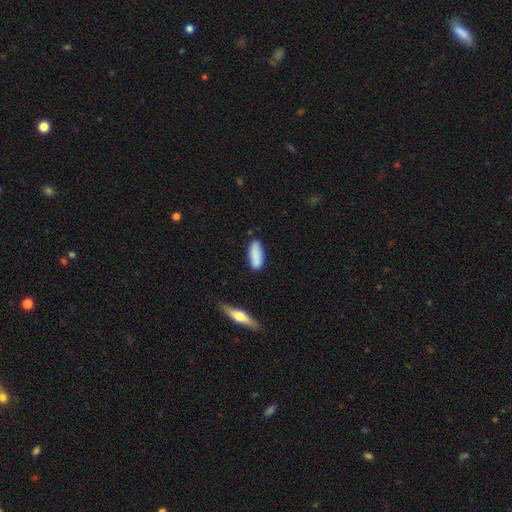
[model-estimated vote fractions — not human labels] Overall: smooth (85%). How rounded: in between (73%). Merging: none (78%).